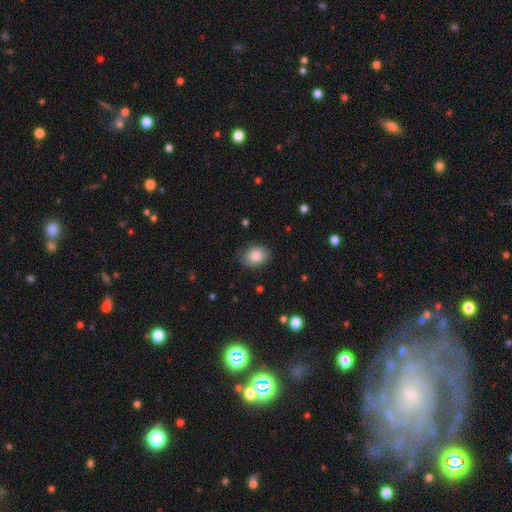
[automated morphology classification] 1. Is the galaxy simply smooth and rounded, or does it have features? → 82% smooth, 10% featured or disk, 8% star or artifact.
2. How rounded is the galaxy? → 62% in between, 37% round, 1% cigar-shaped.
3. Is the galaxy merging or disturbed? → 79% none, 16% minor disturbance, 4% major disturbance, 1% merger.